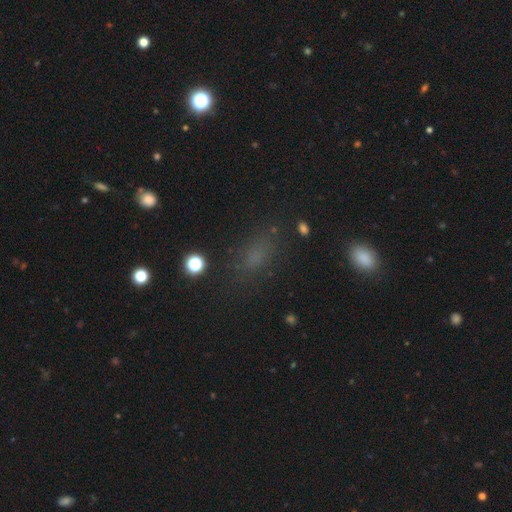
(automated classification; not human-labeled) This is likely a smooth galaxy (62%). How rounded: likely in between (75%). Merging: likely none (71%).